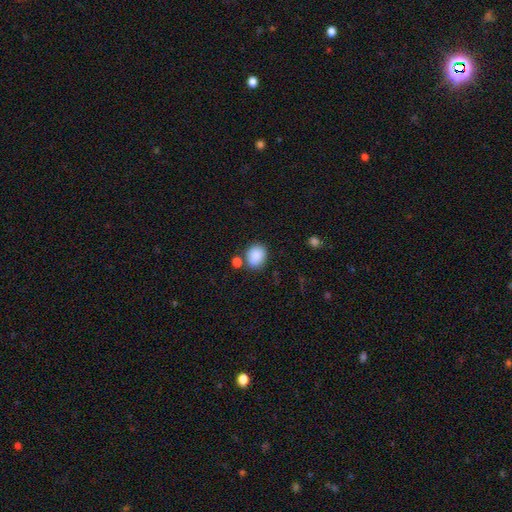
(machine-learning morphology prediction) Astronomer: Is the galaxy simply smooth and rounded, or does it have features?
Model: smooth — 88%.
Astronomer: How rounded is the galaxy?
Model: round — 56% (runner-up: in between, 43%).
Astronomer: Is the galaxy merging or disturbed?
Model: none — 73%.